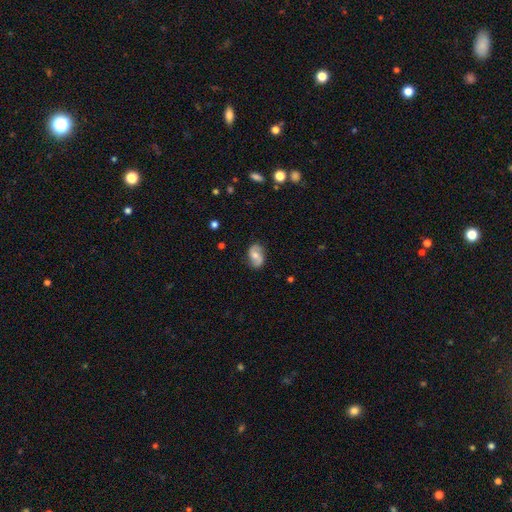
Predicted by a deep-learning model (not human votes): A featured or disk galaxy (55%) with no bar (53%), spiral arms (87%) and a moderate central bulge (57%).

Vote fractions:
- Smooth or featured? featured or disk: 55% / smooth: 37% / star or artifact: 8%
- Edge-on disk? no: 96% / yes: 4%
- Bar? no: 53% / weak: 37% / strong: 10%
- Spiral arms? yes: 87% / no: 13%
- Bulge size? moderate: 57% / small: 32% / none: 5% / large: 5% / dominant: 1%
- Merging? none: 80% / minor disturbance: 15% / major disturbance: 4% / merger: 2%